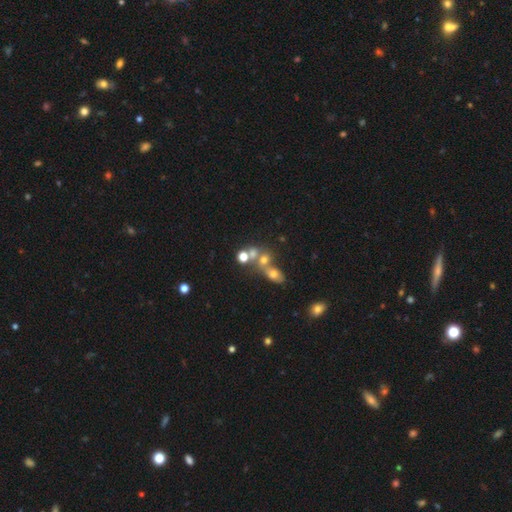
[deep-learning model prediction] smooth-or-featured: smooth: 47% | star or artifact: 29% | featured or disk: 24%
  merging: merger: 51% | none: 34% | minor disturbance: 8% | major disturbance: 7%